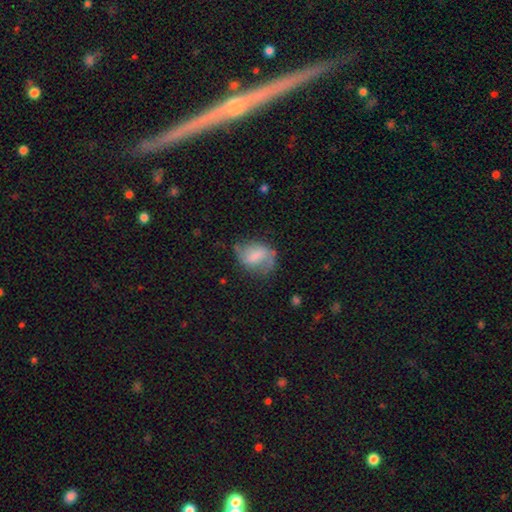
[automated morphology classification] smooth_or_featured: smooth (p=0.48) [alt: featured or disk p=0.44]
merging: none (p=0.53) [alt: minor disturbance p=0.29]